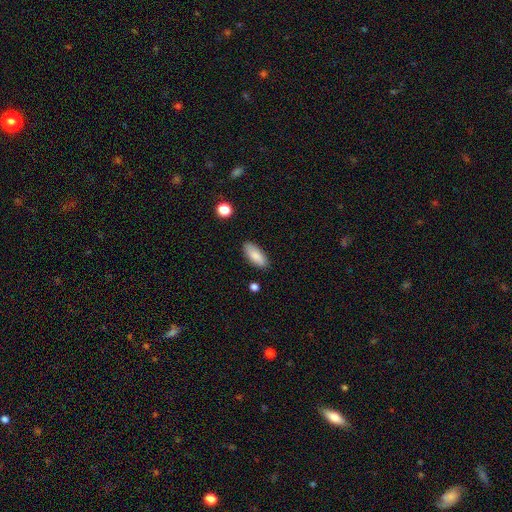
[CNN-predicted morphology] smooth 86%, featured or disk 7%, star or artifact 7%. Down the decision tree: how rounded — in between (79%); merging — none (86%).